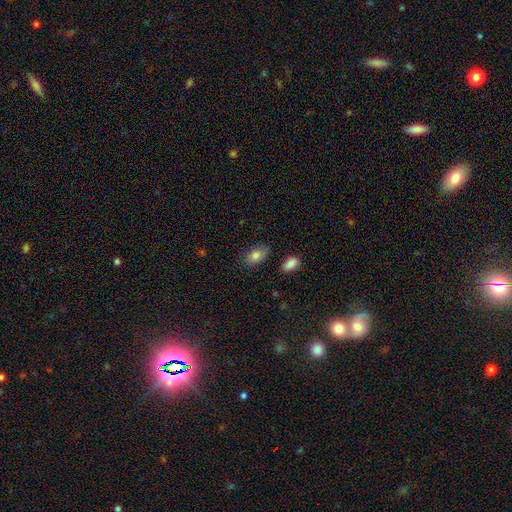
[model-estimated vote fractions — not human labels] Overall: smooth (83%). How rounded: in between (90%). Merging: none (80%).